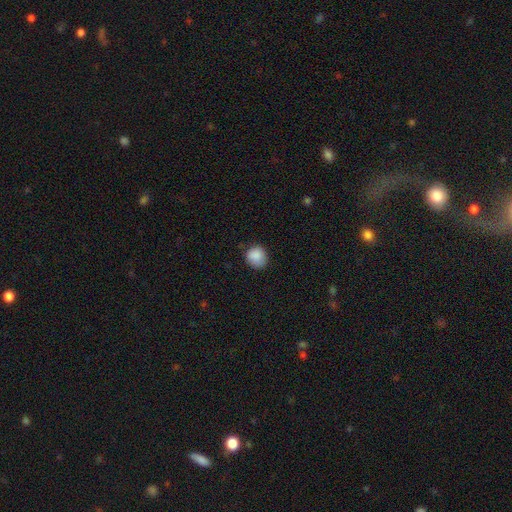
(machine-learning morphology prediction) smooth 88%, star or artifact 8%, featured or disk 4%. Down the decision tree: how rounded — round (81%); merging — none (75%).